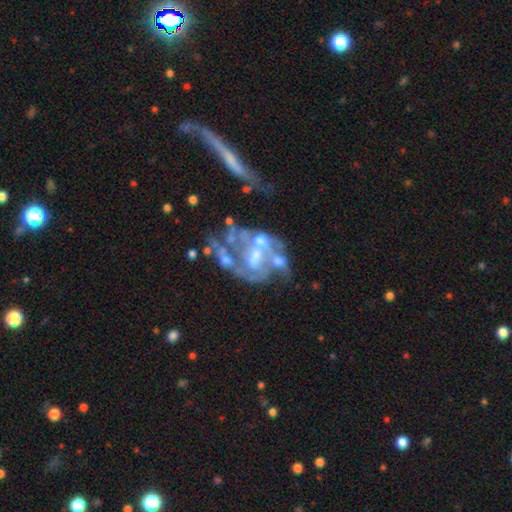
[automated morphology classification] This is likely a featured or disk galaxy (79%). It is clearly not viewed edge-on (97%). Bar: likely no (65%). Spiral arm pattern: possibly no (57%). Central bulge: marginally moderate (39%). Merging: marginally major disturbance (29%).